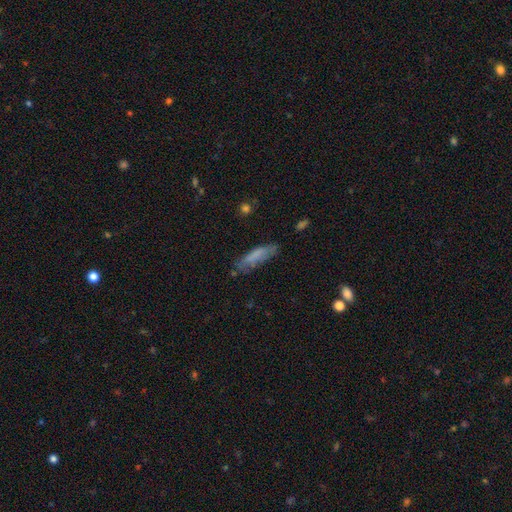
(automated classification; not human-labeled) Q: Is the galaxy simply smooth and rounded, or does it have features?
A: smooth — 71%.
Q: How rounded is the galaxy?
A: cigar-shaped — 67%.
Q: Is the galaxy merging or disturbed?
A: none — 66%.